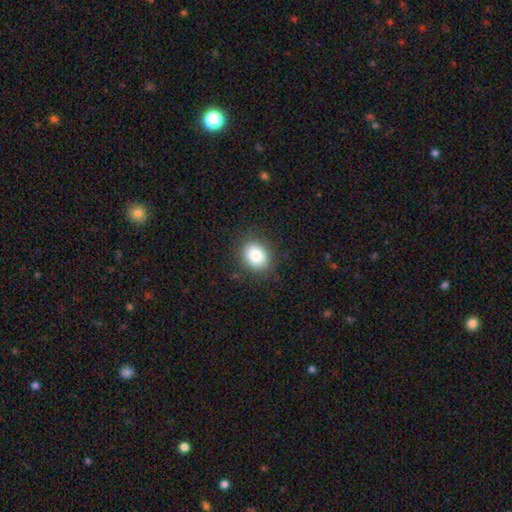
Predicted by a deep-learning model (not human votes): Smooth or featured?
  - smooth: 85% *
  - star or artifact: 9%
  - featured or disk: 6%
How rounded?
  - round: 57% *
  - in between: 43%
  - cigar-shaped: 1%
Merging?
  - none: 85% *
  - minor disturbance: 10%
  - major disturbance: 3%
  - merger: 1%